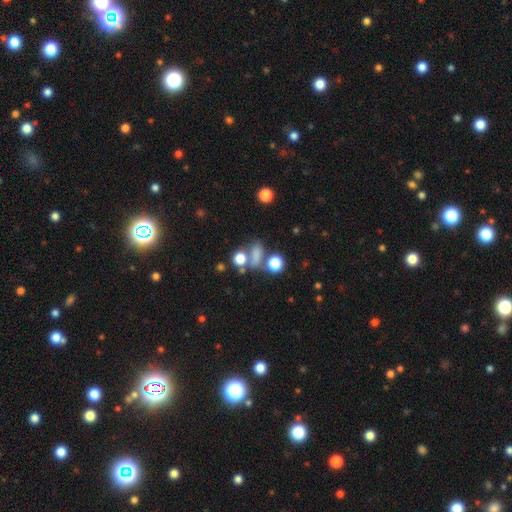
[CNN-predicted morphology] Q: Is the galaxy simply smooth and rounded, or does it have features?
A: smooth — 69%.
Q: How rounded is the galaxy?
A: in between — 55%.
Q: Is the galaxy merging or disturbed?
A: none — 48%.